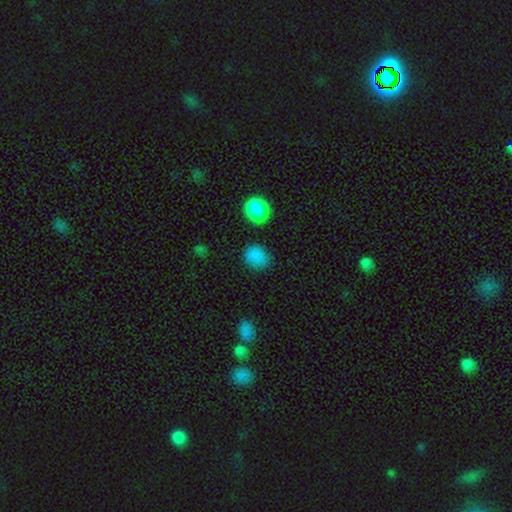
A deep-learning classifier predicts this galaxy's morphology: smooth-or-featured: smooth: 86% | star or artifact: 11% | featured or disk: 4%
  how-rounded: round: 60% | in between: 39% | cigar-shaped: 1%
  merging: none: 80% | minor disturbance: 13% | major disturbance: 4% | merger: 3%